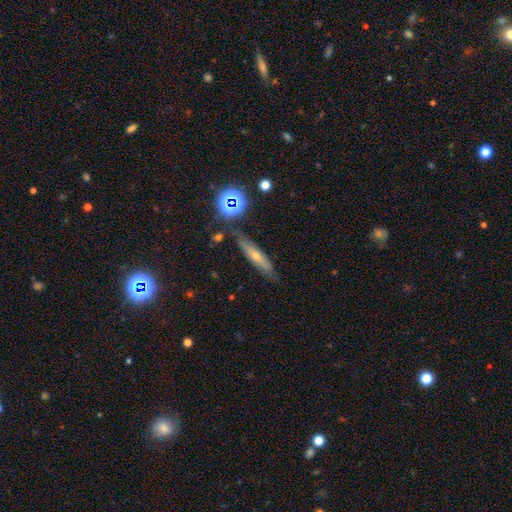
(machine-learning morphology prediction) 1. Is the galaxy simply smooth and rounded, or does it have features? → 42% featured or disk, 41% smooth, 16% star or artifact.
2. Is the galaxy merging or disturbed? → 80% none, 14% minor disturbance, 3% major disturbance, 3% merger.